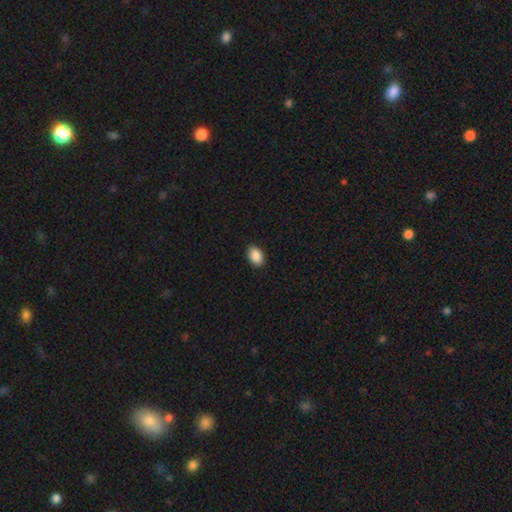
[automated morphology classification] A smooth galaxy with no disk features (90%) that is in between round and cigar-shaped (89%).

Vote fractions:
- Smooth or featured? smooth: 90% / star or artifact: 7% / featured or disk: 3%
- How rounded? in between: 89% / round: 10% / cigar-shaped: 1%
- Merging? none: 89% / minor disturbance: 8% / major disturbance: 2% / merger: 1%